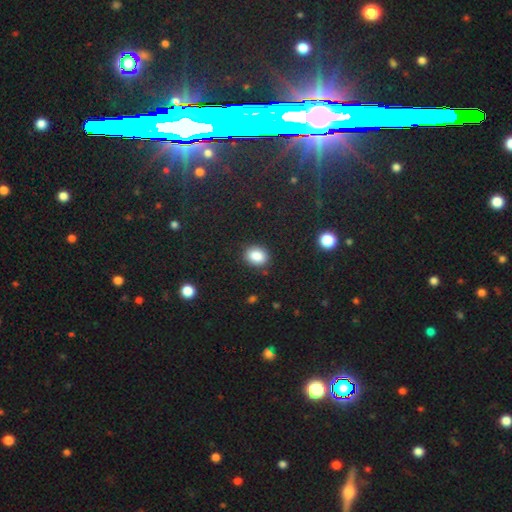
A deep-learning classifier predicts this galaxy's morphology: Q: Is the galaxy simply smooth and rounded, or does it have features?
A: smooth — 86%.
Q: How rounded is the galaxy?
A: in between — 51%.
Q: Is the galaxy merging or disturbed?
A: none — 86%.